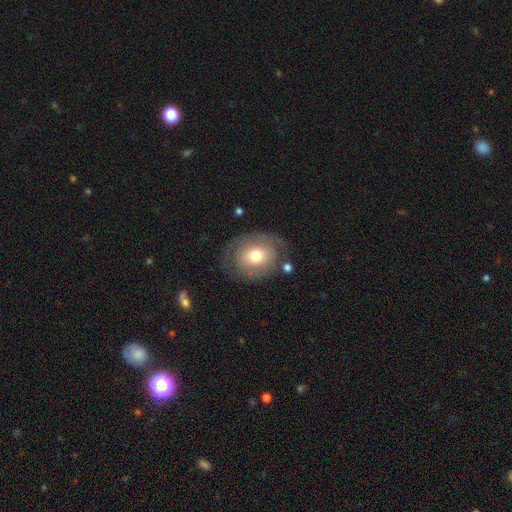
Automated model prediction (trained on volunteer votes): smooth 57%, featured or disk 35%, star or artifact 8%. Down the decision tree: how rounded — round (53%); merging — none (69%).